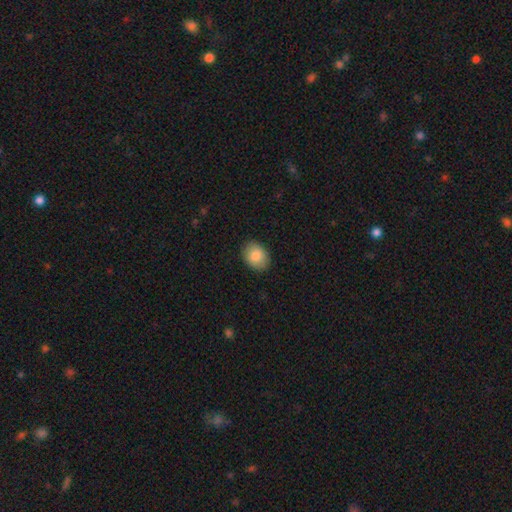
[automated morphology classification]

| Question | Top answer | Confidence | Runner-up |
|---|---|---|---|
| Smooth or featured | smooth | 84% | featured or disk (8%) |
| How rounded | in between | 65% | round (34%) |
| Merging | none | 89% | minor disturbance (8%) |